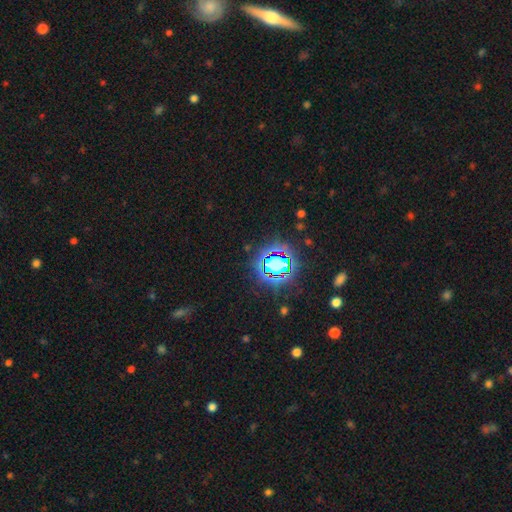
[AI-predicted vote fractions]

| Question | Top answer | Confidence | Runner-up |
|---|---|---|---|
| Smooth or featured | star or artifact | 81% | smooth (11%) |